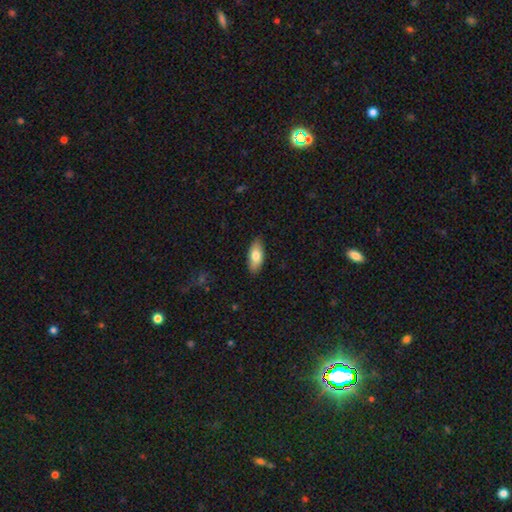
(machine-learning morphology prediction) Smooth or featured?
  - smooth: 76% *
  - featured or disk: 18%
  - star or artifact: 6%
How rounded?
  - in between: 86% *
  - cigar-shaped: 11%
  - round: 2%
Merging?
  - none: 86% *
  - minor disturbance: 11%
  - major disturbance: 2%
  - merger: 1%